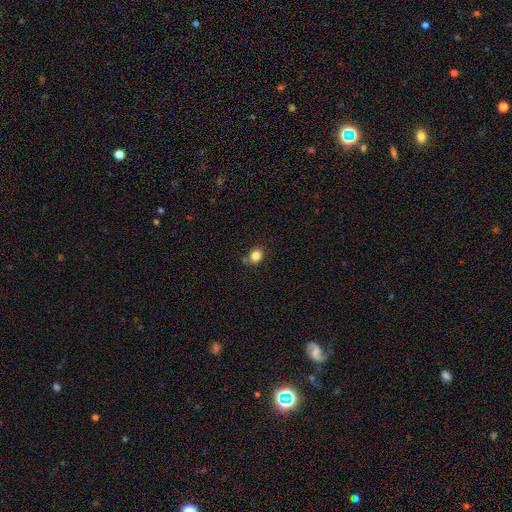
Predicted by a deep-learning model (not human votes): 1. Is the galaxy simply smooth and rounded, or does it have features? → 83% smooth, 12% star or artifact, 5% featured or disk.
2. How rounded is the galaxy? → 66% round, 33% in between, 1% cigar-shaped.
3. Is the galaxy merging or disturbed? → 77% none, 12% minor disturbance, 8% merger, 3% major disturbance.